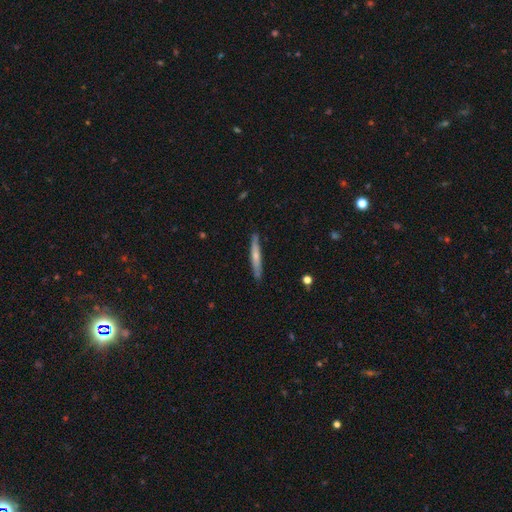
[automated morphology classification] Smooth or featured? Predicted: smooth (p=0.53). How rounded? Predicted: cigar-shaped (p=0.95). Merging? Predicted: none (p=0.86).